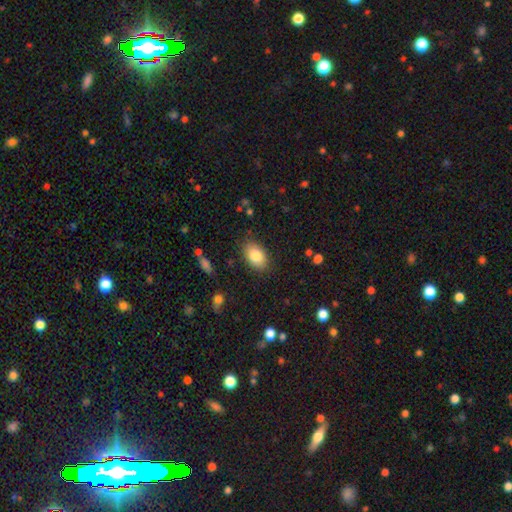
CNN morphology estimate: smooth_or_featured: smooth (p=0.84) [alt: featured or disk p=0.09]
how_rounded: in between (p=0.89) [alt: round p=0.10]
merging: none (p=0.85) [alt: minor disturbance p=0.11]